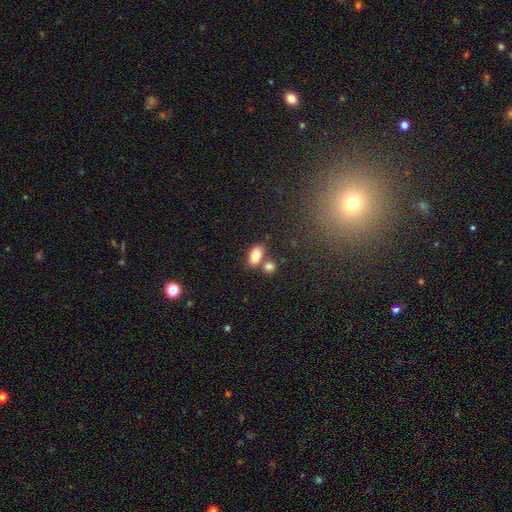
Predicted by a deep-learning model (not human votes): A smooth galaxy with no disk features (82%) that is in between round and cigar-shaped (88%). Merging: none (59%).